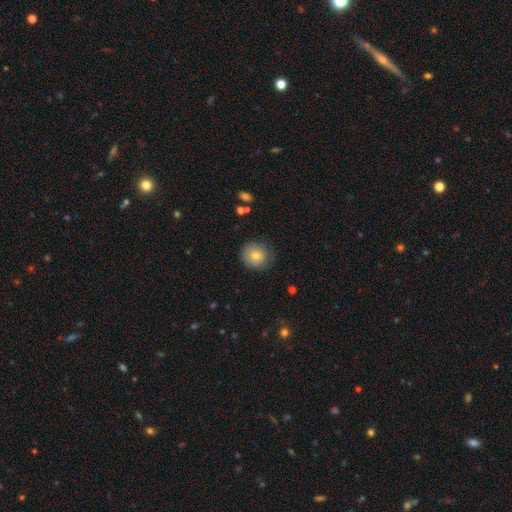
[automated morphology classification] Overall: smooth (73%). How rounded: round (90%). Merging: none (82%).